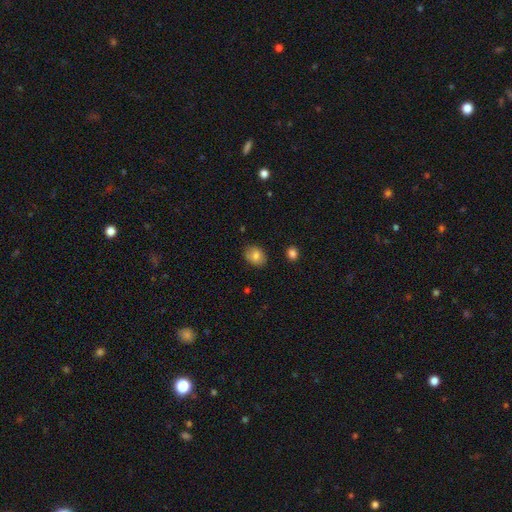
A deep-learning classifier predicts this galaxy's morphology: This is clearly a smooth galaxy (80%). How rounded: possibly in between (59%). Merging: clearly none (81%).